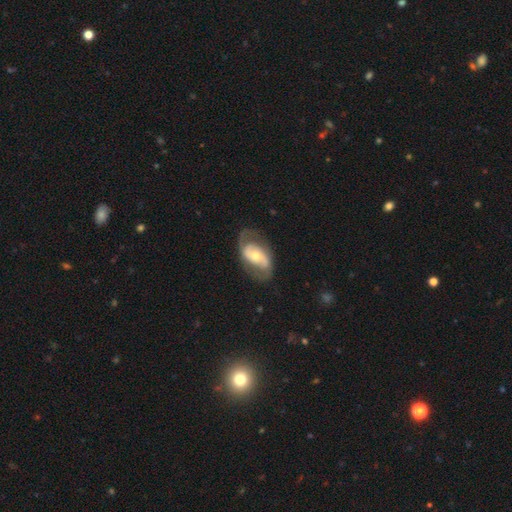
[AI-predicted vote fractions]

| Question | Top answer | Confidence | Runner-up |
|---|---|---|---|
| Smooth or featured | featured or disk | 79% | smooth (16%) |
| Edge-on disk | no | 96% | yes (4%) |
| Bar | no | 52% | weak (33%) |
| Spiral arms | yes | 86% | no (14%) |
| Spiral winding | medium | 45% | loose (33%) |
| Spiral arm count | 2 | 84% | can't tell (8%) |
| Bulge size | moderate | 63% | small (29%) |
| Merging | none | 68% | minor disturbance (18%) |